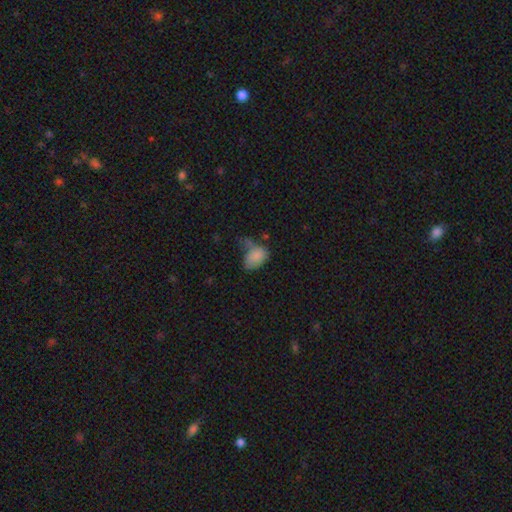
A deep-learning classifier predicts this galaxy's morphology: This is likely a smooth galaxy (80%). How rounded: clearly in between (85%). Merging: marginally minor disturbance (30%).